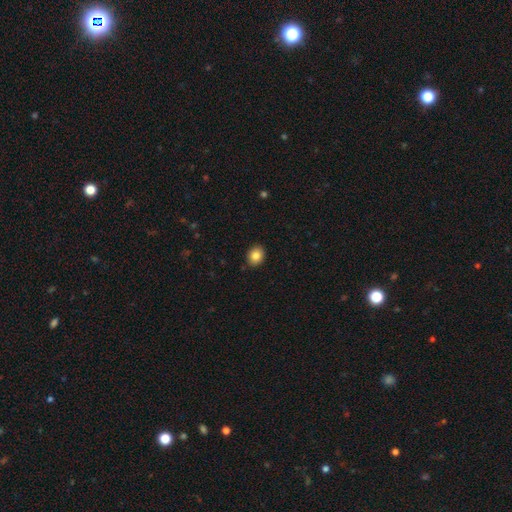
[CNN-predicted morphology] Smooth or featured? smooth (84%)
How rounded? round (58%)
Merging? none (90%)